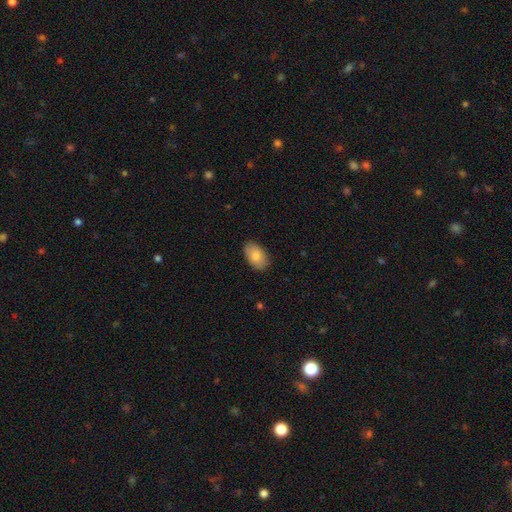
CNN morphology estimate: Smooth or featured: smooth — 84% (featured or disk — 9%)
How rounded: in between — 93% (round — 5%)
Merging: none — 86% (minor disturbance — 10%)